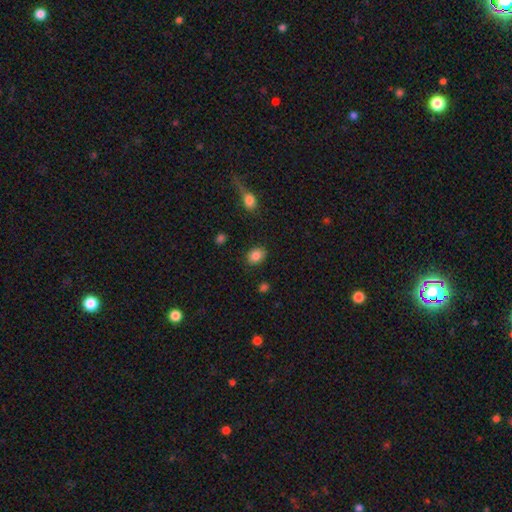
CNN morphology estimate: smooth-or-featured: smooth: 86% | star or artifact: 9% | featured or disk: 5%
  how-rounded: in between: 68% | round: 31% | cigar-shaped: 1%
  merging: none: 84% | minor disturbance: 11% | major disturbance: 3% | merger: 2%